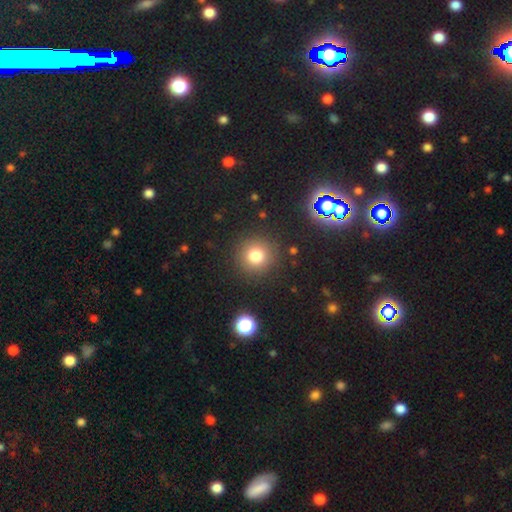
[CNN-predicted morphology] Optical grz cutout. It shows a smooth galaxy with no disk features (78%) that is round (94%). Merging: none (90%).